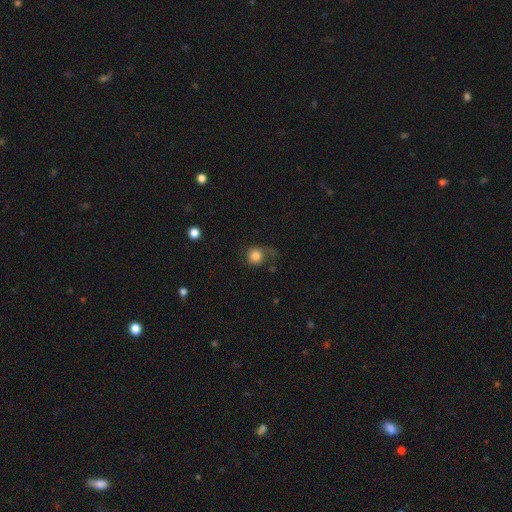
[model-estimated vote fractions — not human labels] A smooth galaxy with no disk features (78%) that is round (85%). Merging: none (46%).